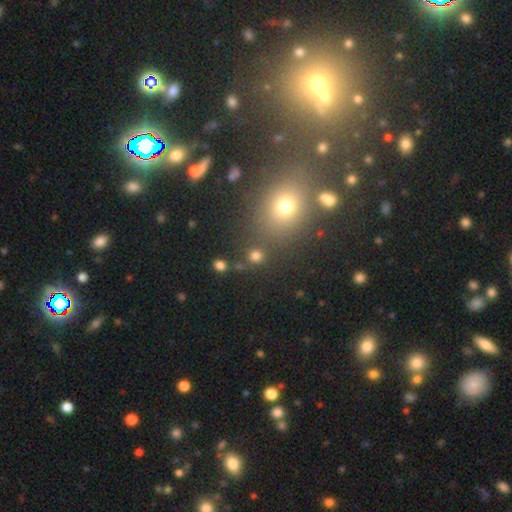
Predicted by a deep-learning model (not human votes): The model was most divided on "smooth or featured": smooth: 76%, star or artifact: 19%, featured or disk: 6%. More confident: how rounded — round (86%); merging — none (79%).